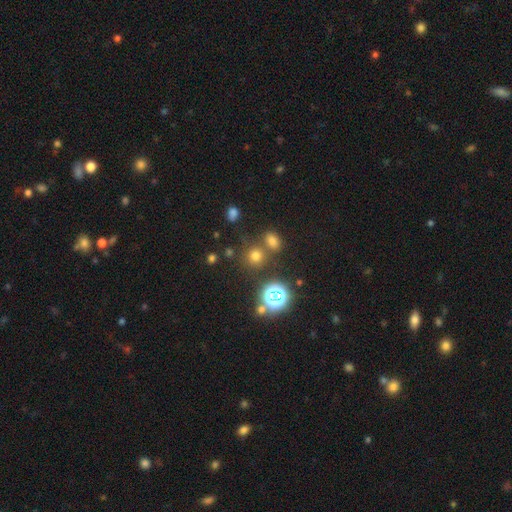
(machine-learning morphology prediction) Smooth or featured? Predicted: smooth (p=0.64). How rounded? Predicted: round (p=0.86). Merging? Predicted: none (p=0.71).